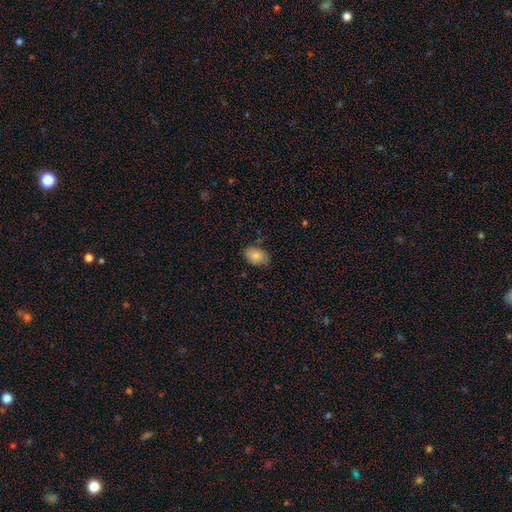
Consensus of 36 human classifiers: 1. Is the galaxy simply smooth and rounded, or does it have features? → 89% smooth, 8% star or artifact, 3% featured or disk.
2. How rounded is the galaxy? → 94% in between, 6% round, 0% cigar-shaped.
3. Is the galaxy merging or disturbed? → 97% none, 3% merger, 0% minor disturbance, 0% major disturbance.